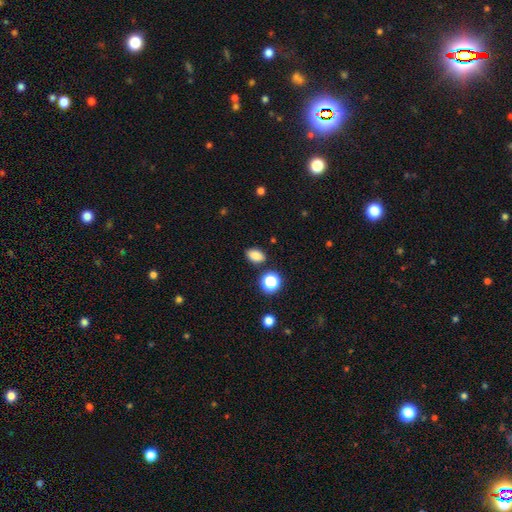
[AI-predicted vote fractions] smooth_or_featured: smooth (p=0.82) [alt: star or artifact p=0.12]
how_rounded: in between (p=0.82) [alt: round p=0.16]
merging: none (p=0.85) [alt: minor disturbance p=0.09]